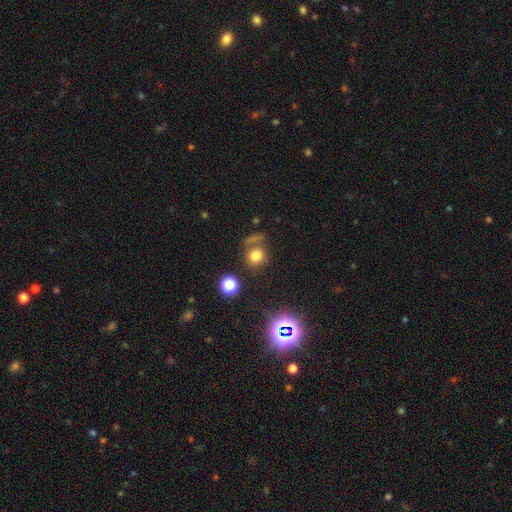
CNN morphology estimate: A smooth galaxy with no disk features (73%) that is round (78%).

Vote fractions:
- Smooth or featured? smooth: 73% / star or artifact: 18% / featured or disk: 9%
- How rounded? round: 78% / in between: 21% / cigar-shaped: 1%
- Merging? none: 63% / merger: 16% / minor disturbance: 13% / major disturbance: 8%